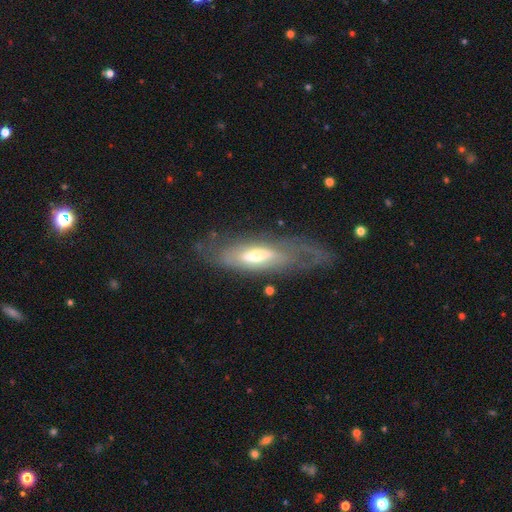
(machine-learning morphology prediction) smooth-or-featured: featured or disk: 65% | smooth: 29% | star or artifact: 7%
  disk-edge-on: no: 69% | yes: 31%
  merging: none: 52% | minor disturbance: 23% | major disturbance: 23% | merger: 2%